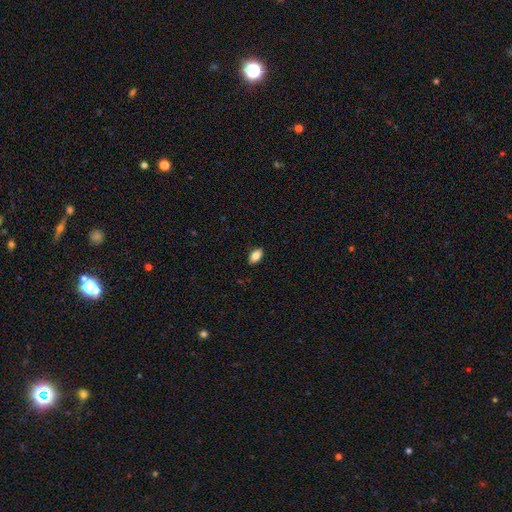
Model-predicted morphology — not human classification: smooth-or-featured: smooth: 84% | featured or disk: 8% | star or artifact: 8%
  how-rounded: in between: 91% | round: 5% | cigar-shaped: 4%
  merging: none: 88% | minor disturbance: 9% | major disturbance: 2% | merger: 1%